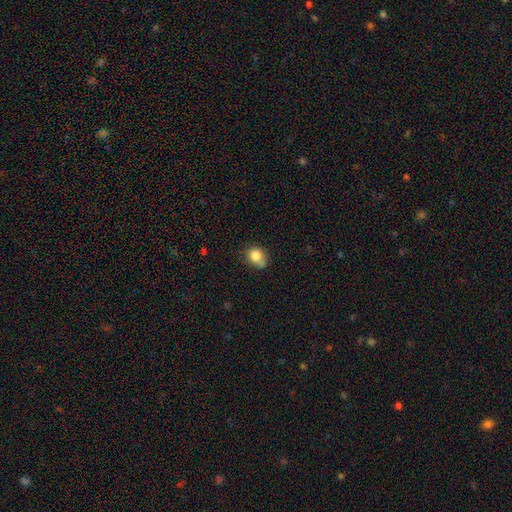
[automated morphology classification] type=smooth (81%); roundness=round (69%); merging=none (51%).